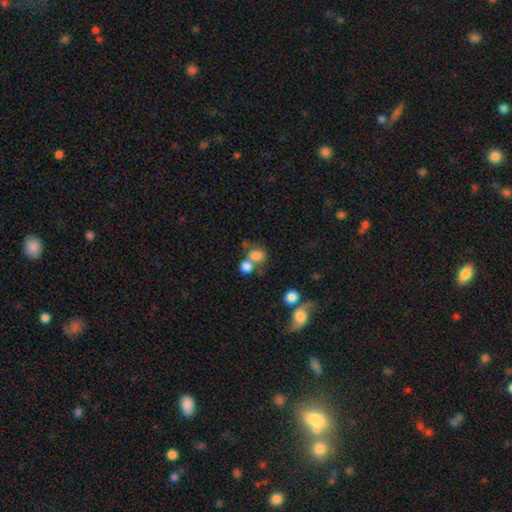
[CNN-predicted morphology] Smooth or featured: smooth — 76% (featured or disk — 12%)
How rounded: in between — 50% (round — 49%)
Merging: merger — 48% (none — 32%)